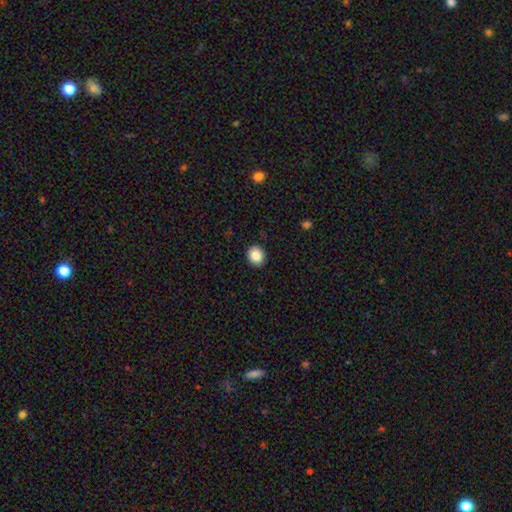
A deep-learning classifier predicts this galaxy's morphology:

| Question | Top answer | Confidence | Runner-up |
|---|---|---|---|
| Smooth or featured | smooth | 86% | star or artifact (9%) |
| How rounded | round | 77% | in between (23%) |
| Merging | none | 92% | minor disturbance (5%) |